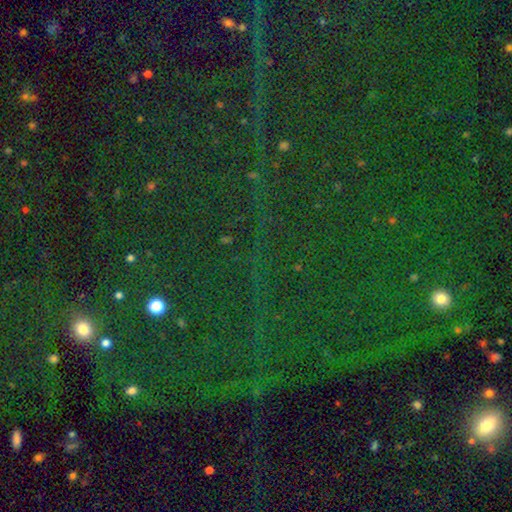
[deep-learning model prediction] Smooth or featured: star or artifact — 83% (smooth — 9%)